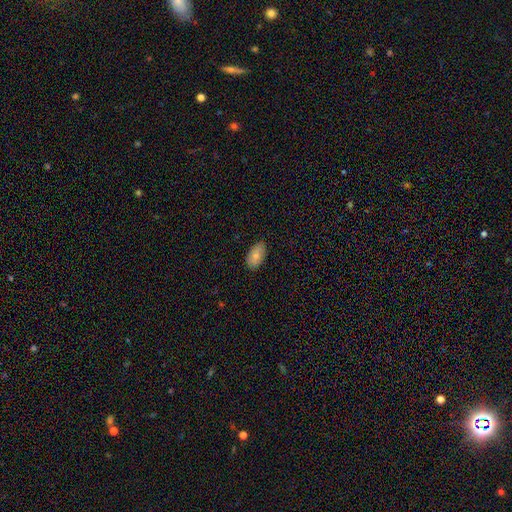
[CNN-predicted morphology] Smooth or featured? Predicted: smooth (p=0.83). How rounded? Predicted: in between (p=0.94). Merging? Predicted: none (p=0.85).